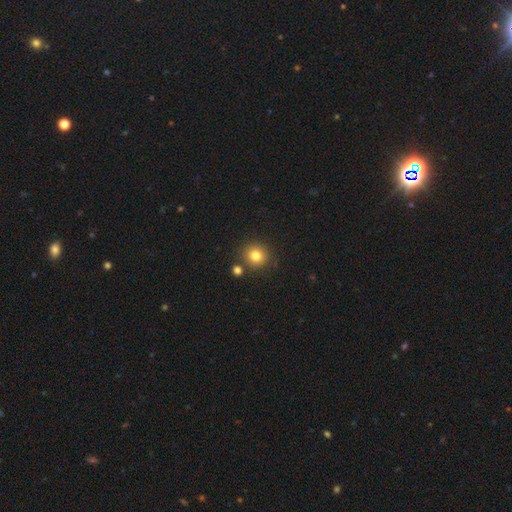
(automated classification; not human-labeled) Smooth or featured?
  - smooth: 80% *
  - star or artifact: 12%
  - featured or disk: 7%
How rounded?
  - round: 91% *
  - in between: 8%
  - cigar-shaped: 1%
Merging?
  - none: 82% *
  - merger: 8%
  - minor disturbance: 8%
  - major disturbance: 2%